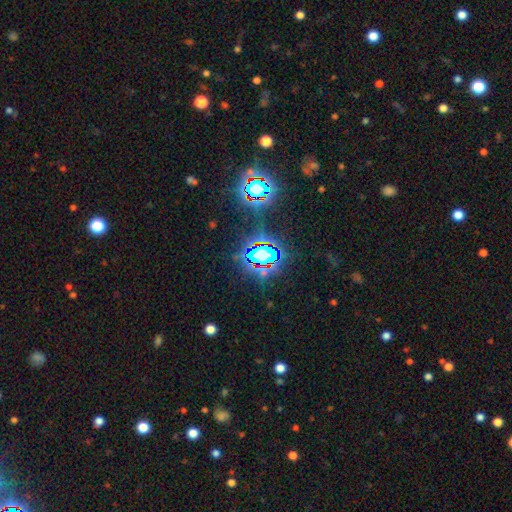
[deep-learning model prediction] A star or artifact, not a galaxy (80%).